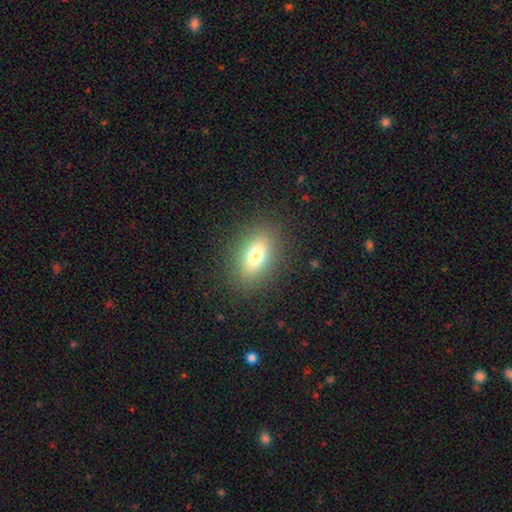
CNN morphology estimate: smooth_or_featured: smooth (p=0.72) [alt: featured or disk p=0.15]
how_rounded: in between (p=0.78) [alt: round p=0.18]
merging: none (p=0.86) [alt: minor disturbance p=0.09]